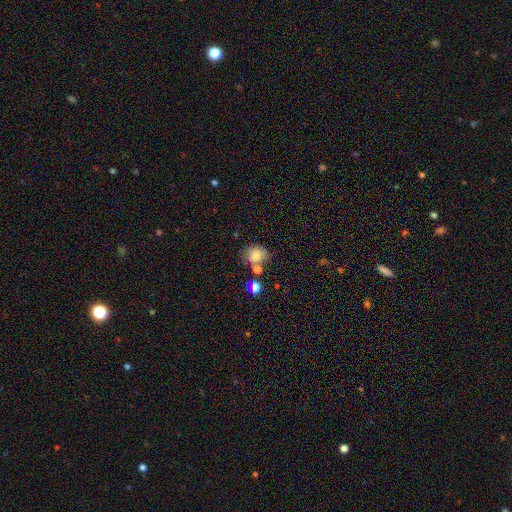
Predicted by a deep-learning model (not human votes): smooth_or_featured: smooth (p=0.76) [alt: featured or disk p=0.12]
how_rounded: round (p=0.70) [alt: in between p=0.29]
merging: none (p=0.59) [alt: merger p=0.18]